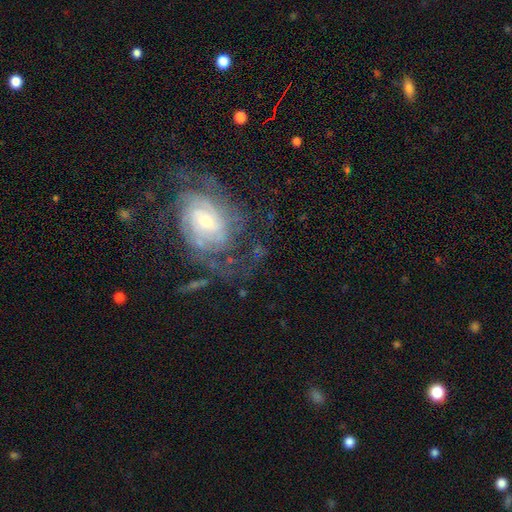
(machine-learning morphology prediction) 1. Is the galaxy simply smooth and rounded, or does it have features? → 81% featured or disk, 10% smooth, 9% star or artifact.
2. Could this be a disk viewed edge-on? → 96% no, 4% yes.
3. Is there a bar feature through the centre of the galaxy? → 50% no, 36% weak, 14% strong.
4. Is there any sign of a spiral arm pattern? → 92% yes, 8% no.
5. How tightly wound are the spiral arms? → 56% tight, 32% medium, 12% loose.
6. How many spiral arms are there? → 38% can't tell, 24% 2, 15% 3, 10% 4, 6% more than 4, 6% 1.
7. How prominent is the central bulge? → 54% small, 39% moderate, 4% large, 1% none, 1% dominant.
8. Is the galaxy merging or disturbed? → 64% none, 17% major disturbance, 17% minor disturbance, 2% merger.